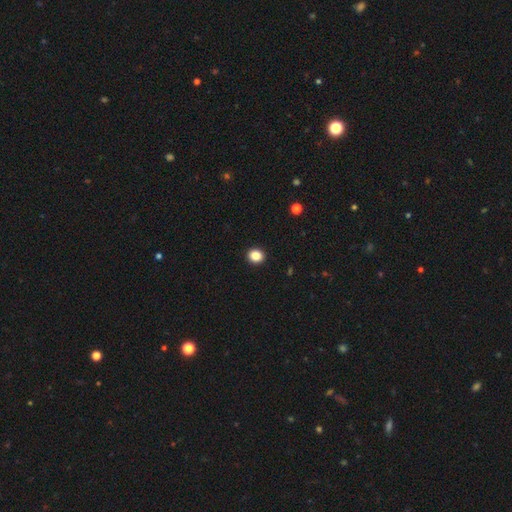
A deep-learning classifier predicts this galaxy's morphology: Q: Smooth or featured?
A: smooth (86%); runner-up: star or artifact (10%)
Q: How rounded?
A: round (77%); runner-up: in between (22%)
Q: Merging?
A: none (93%); runner-up: minor disturbance (4%)